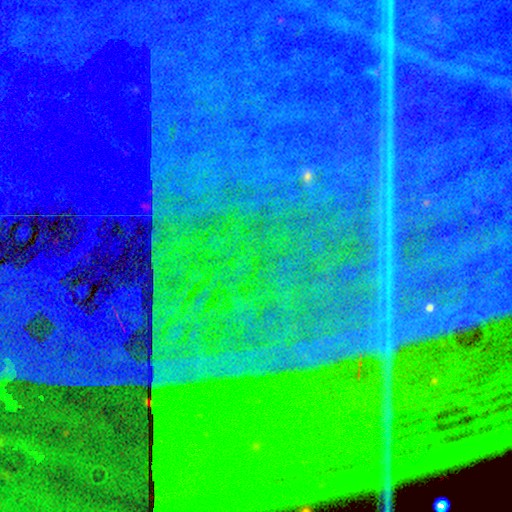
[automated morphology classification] A star or artifact, not a galaxy (84%).